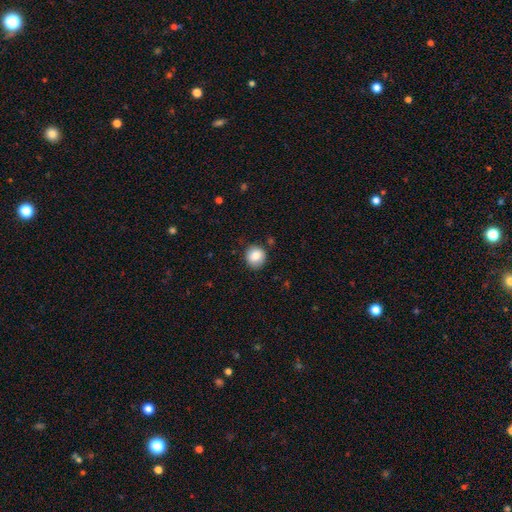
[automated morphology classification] smooth-or-featured: smooth: 83% | star or artifact: 9% | featured or disk: 8%
  how-rounded: round: 89% | in between: 10% | cigar-shaped: 1%
  merging: none: 84% | minor disturbance: 12% | major disturbance: 3% | merger: 2%